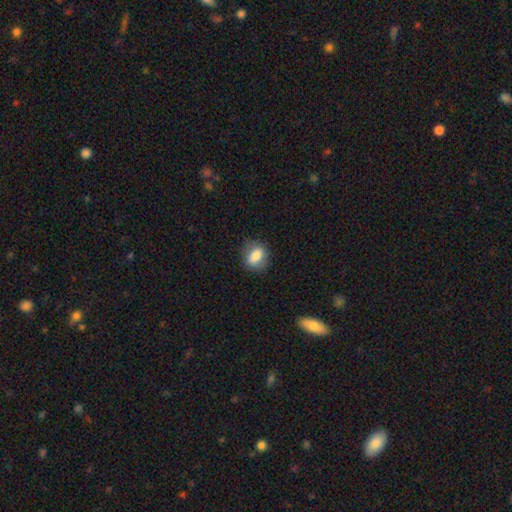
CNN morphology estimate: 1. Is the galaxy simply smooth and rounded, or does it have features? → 82% smooth, 10% featured or disk, 8% star or artifact.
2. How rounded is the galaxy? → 60% in between, 38% round, 2% cigar-shaped.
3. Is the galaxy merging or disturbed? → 77% none, 17% minor disturbance, 5% major disturbance, 1% merger.